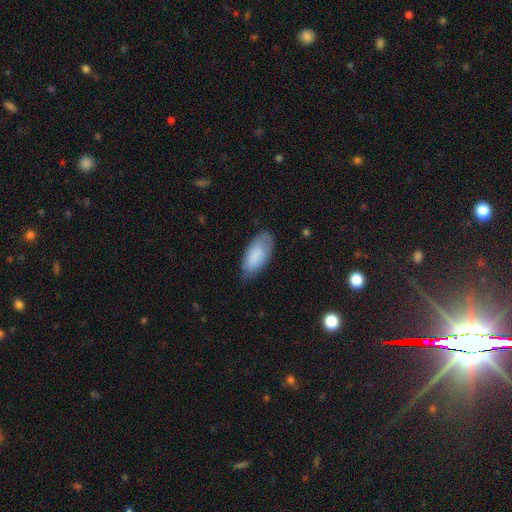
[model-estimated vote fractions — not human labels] smooth_or_featured: smooth (p=0.82) [alt: featured or disk p=0.12]
how_rounded: in between (p=0.92) [alt: cigar-shaped p=0.07]
merging: none (p=0.67) [alt: minor disturbance p=0.26]